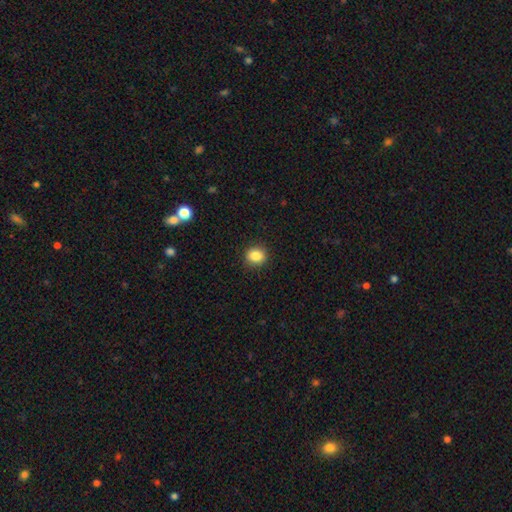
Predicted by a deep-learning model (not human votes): Smooth or featured? Predicted: smooth (p=0.86). How rounded? Predicted: round (p=0.75). Merging? Predicted: none (p=0.90).